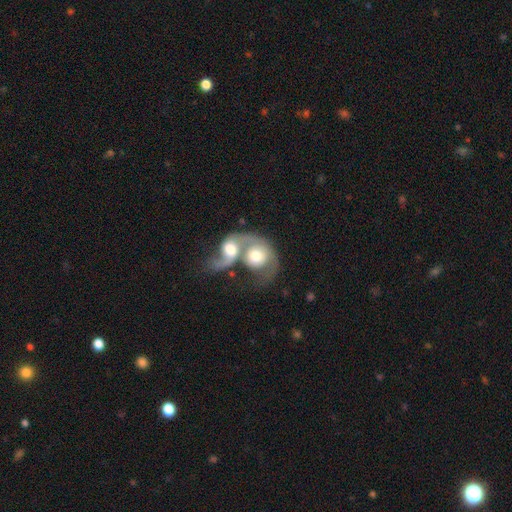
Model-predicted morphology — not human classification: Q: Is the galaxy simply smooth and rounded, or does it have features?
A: featured or disk — 60%.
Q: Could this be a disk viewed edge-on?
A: no — 96%.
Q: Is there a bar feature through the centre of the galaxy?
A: no — 73%.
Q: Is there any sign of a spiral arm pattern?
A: yes — 74%.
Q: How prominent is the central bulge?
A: moderate — 54%.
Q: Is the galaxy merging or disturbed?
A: merger — 83%.